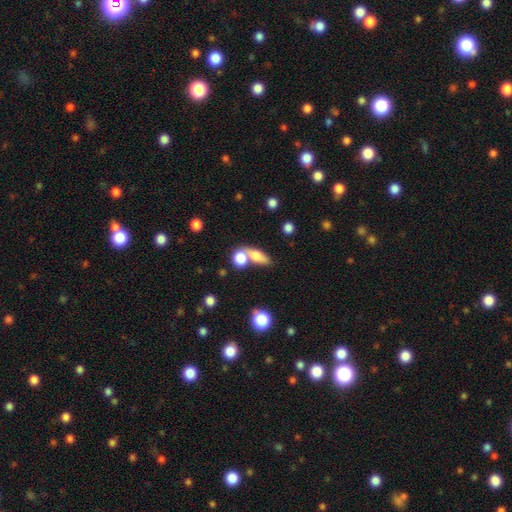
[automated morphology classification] type=smooth (69%); roundness=in between (57%); merging=merger (43%).